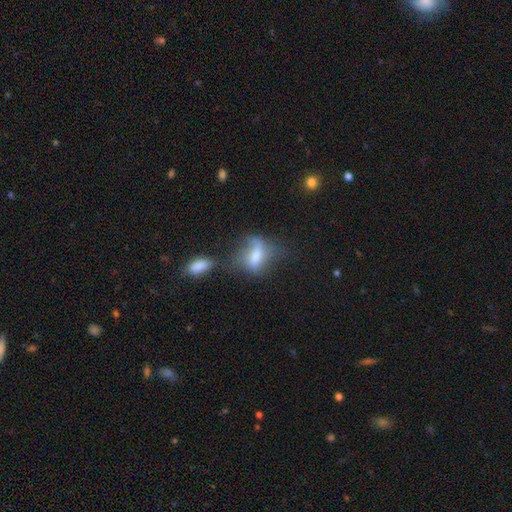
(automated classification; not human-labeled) Smooth or featured: smooth — 54% (featured or disk — 34%)
How rounded: in between — 76% (round — 16%)
Merging: none — 28% (major disturbance — 27%)